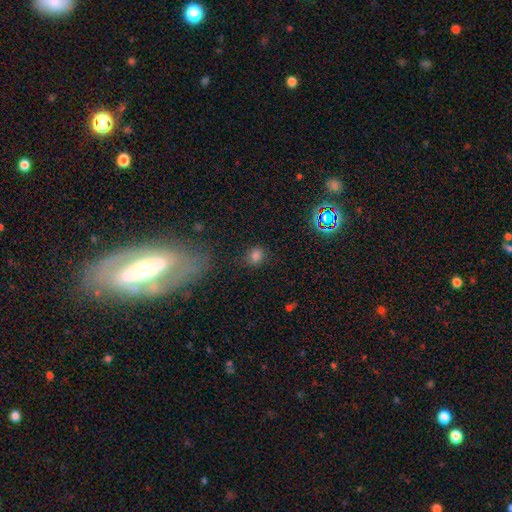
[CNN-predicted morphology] This is likely a smooth galaxy (78%). How rounded: likely round (65%). Merging: likely none (75%).